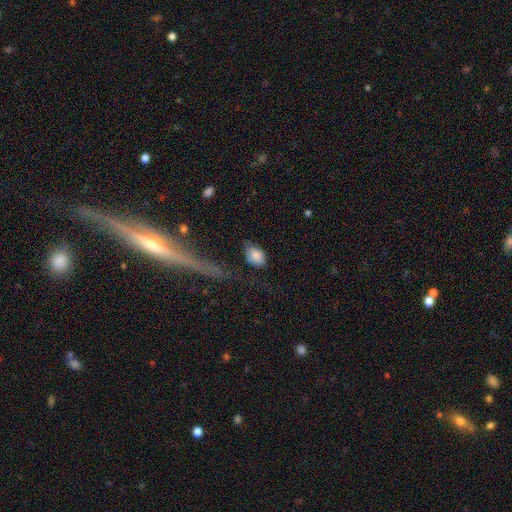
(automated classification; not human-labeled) Morphology: type=smooth (81%); roundness=in between (79%); merging=none (44%).